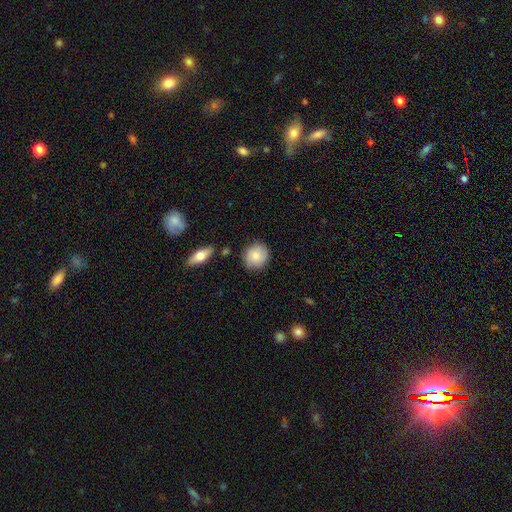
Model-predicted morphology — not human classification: Smooth or featured? smooth (77%)
How rounded? round (84%)
Merging? none (81%)